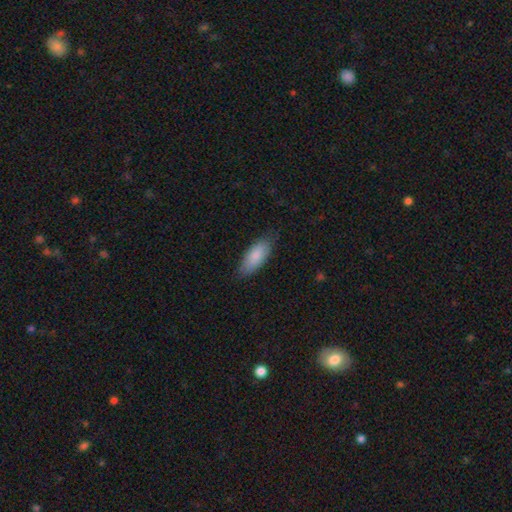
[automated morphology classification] Smooth or featured? smooth (85%)
How rounded? in between (83%)
Merging? none (77%)